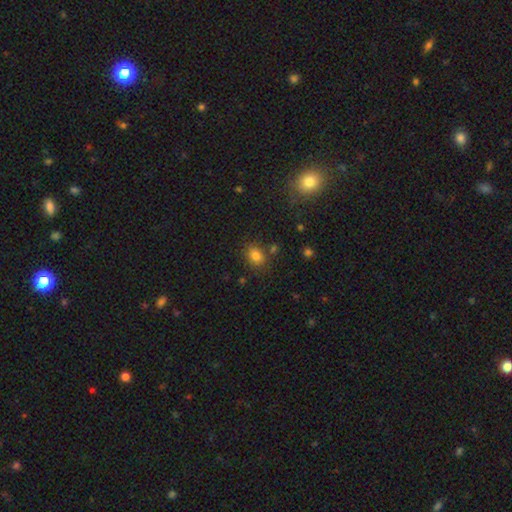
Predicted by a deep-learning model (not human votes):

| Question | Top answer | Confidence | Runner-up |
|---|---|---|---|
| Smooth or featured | smooth | 79% | star or artifact (14%) |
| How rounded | in between | 54% | round (44%) |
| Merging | none | 77% | minor disturbance (13%) |